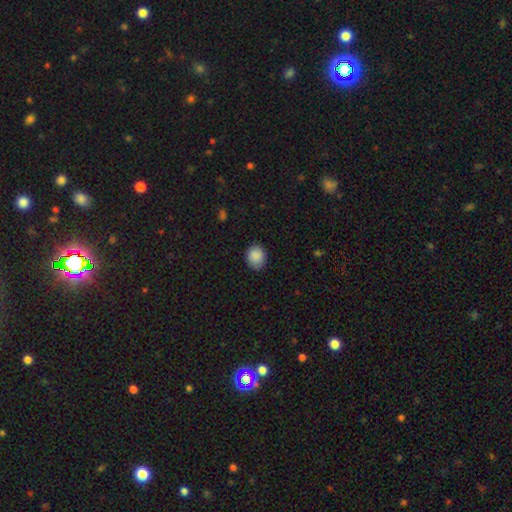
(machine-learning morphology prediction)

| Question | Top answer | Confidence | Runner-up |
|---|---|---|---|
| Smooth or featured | smooth | 89% | star or artifact (8%) |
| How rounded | round | 66% | in between (33%) |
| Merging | none | 81% | minor disturbance (15%) |